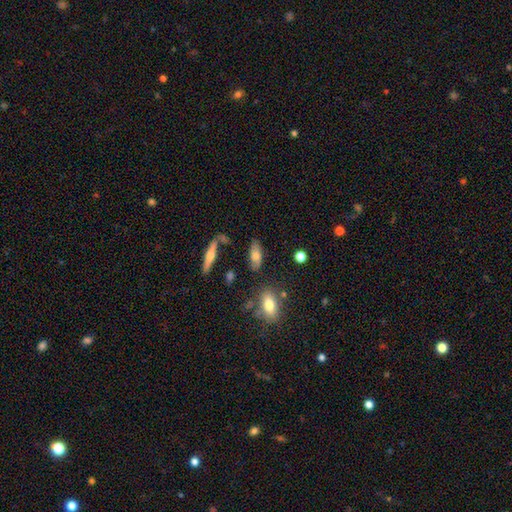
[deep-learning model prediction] Morphology: type=smooth (66%); roundness=in between (77%); merging=none (71%).